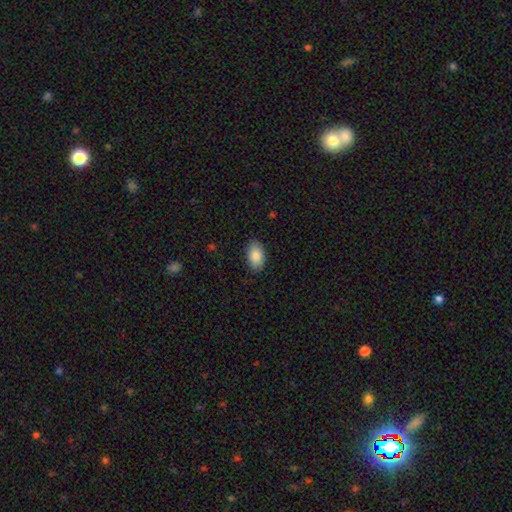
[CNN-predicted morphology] type=smooth (85%); roundness=in between (93%); merging=none (86%).